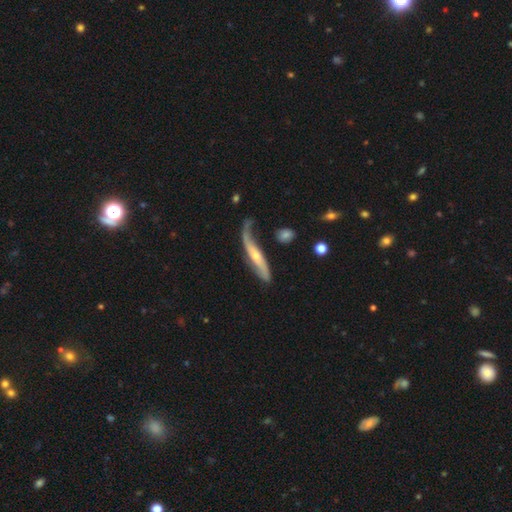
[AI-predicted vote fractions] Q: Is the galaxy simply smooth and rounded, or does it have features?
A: featured or disk — 68%.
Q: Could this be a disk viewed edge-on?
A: no — 53%.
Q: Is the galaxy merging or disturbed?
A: none — 37%.